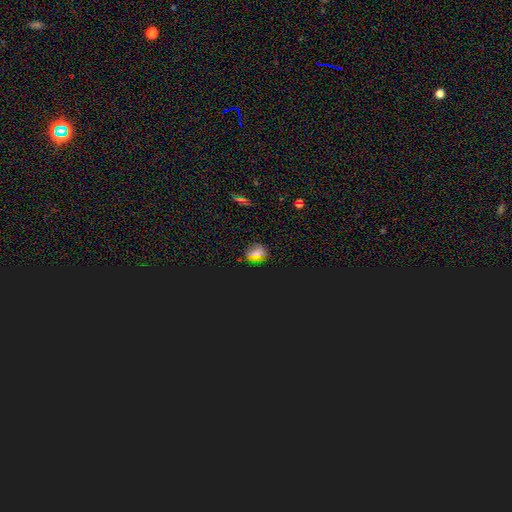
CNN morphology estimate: Overall: star or artifact (60%; smooth 31%).